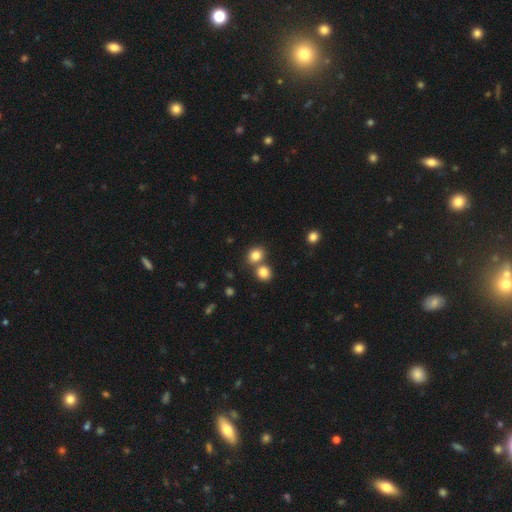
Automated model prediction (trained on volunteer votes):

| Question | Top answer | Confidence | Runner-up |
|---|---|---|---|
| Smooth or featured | smooth | 83% | star or artifact (11%) |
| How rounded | round | 63% | in between (36%) |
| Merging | none | 57% | merger (33%) |